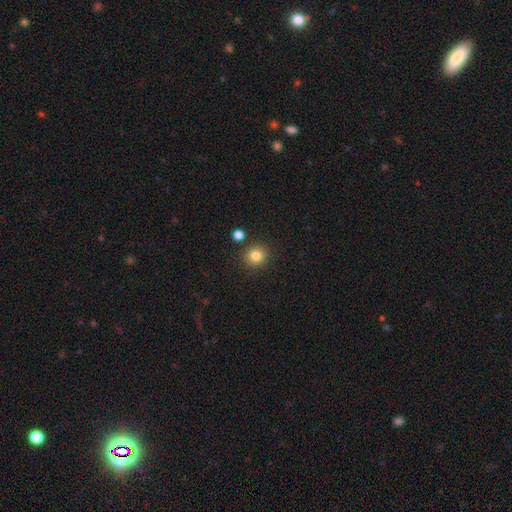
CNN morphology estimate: Smooth or featured? smooth (83%)
How rounded? round (88%)
Merging? none (86%)